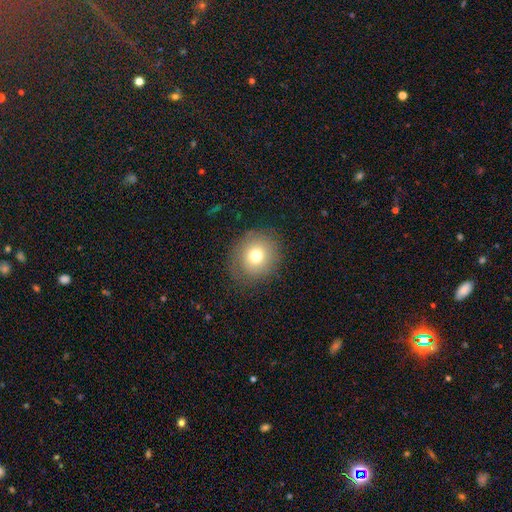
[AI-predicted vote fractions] This is likely a smooth galaxy (73%). How rounded: clearly round (85%). Merging: clearly none (82%).